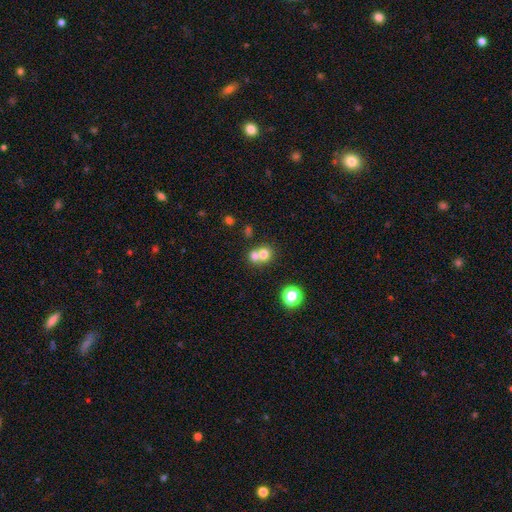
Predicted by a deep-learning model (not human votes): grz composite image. It shows a smooth galaxy with no disk features (72%) that is round (76%). Merging: merger (60%).